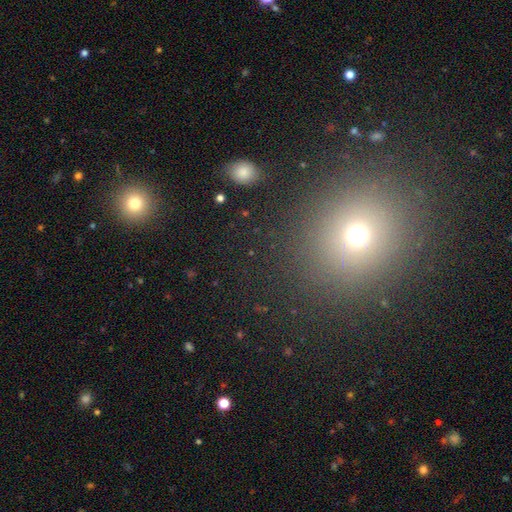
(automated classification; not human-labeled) This appears to be a smooth galaxy with no disk features (53%) that is round (82%). Merging: none (88%).